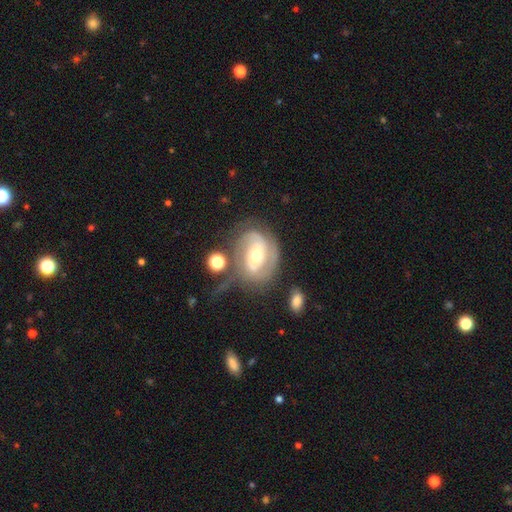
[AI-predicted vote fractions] This appears to be a featured or disk galaxy (81%) with a weak bar (39%), 2 (73%) medium (42%) spiral arms (91%) and a moderate central bulge (62%). Merging: none (56%).